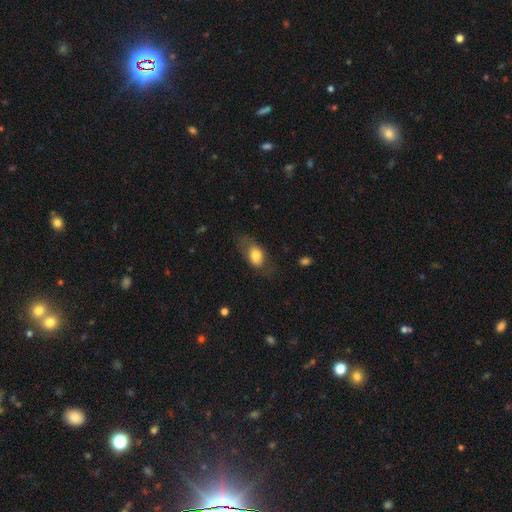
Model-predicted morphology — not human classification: Smooth or featured?
  - smooth: 72% *
  - featured or disk: 20%
  - star or artifact: 7%
How rounded?
  - in between: 85% *
  - round: 12%
  - cigar-shaped: 3%
Merging?
  - none: 60% *
  - minor disturbance: 23%
  - major disturbance: 16%
  - merger: 2%